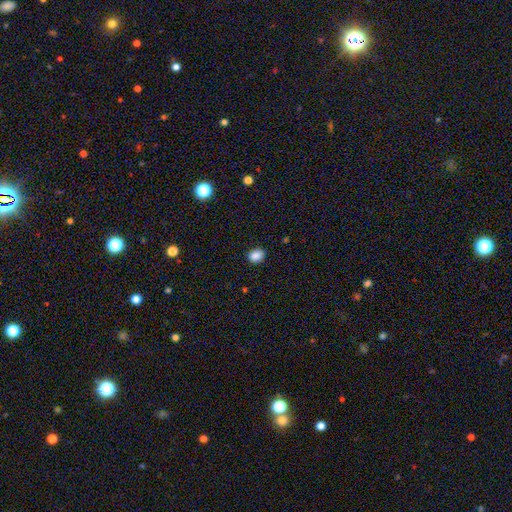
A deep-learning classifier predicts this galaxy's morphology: Smooth or featured?
  - smooth: 87% *
  - star or artifact: 10%
  - featured or disk: 3%
How rounded?
  - in between: 57% *
  - round: 42%
  - cigar-shaped: 1%
Merging?
  - none: 88% *
  - minor disturbance: 9%
  - major disturbance: 2%
  - merger: 1%